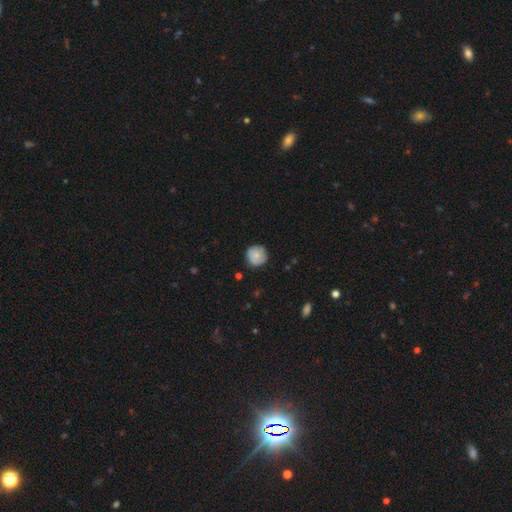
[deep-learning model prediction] This is likely a smooth galaxy (70%). How rounded: clearly round (93%). Merging: likely none (79%).